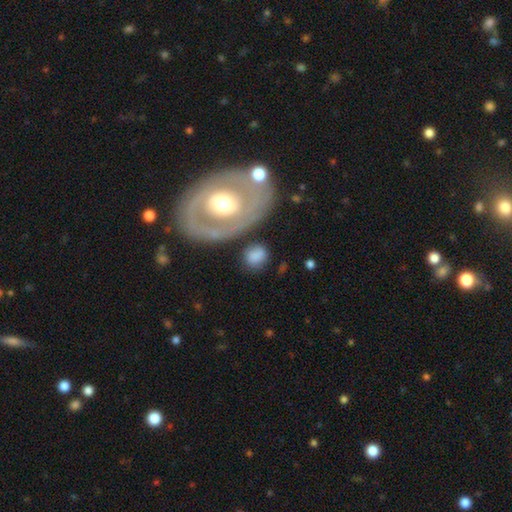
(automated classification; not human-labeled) A smooth galaxy with no disk features (77%) that is round (53%). Merging: none (73%).